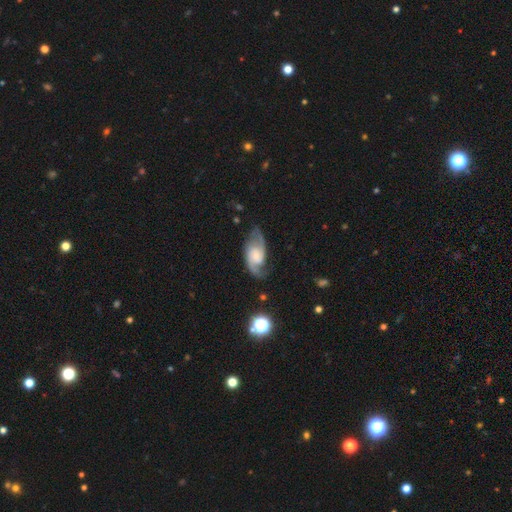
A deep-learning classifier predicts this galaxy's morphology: Q: Smooth or featured?
A: featured or disk (80%); runner-up: smooth (14%)
Q: Edge-on disk?
A: no (96%); runner-up: yes (4%)
Q: Bar?
A: no (57%); runner-up: weak (36%)
Q: Spiral arms?
A: yes (96%); runner-up: no (4%)
Q: Spiral winding?
A: medium (49%); runner-up: loose (31%)
Q: Spiral arm count?
A: 2 (88%); runner-up: can't tell (5%)
Q: Bulge size?
A: small (43%); runner-up: moderate (28%)
Q: Merging?
A: none (68%); runner-up: minor disturbance (20%)